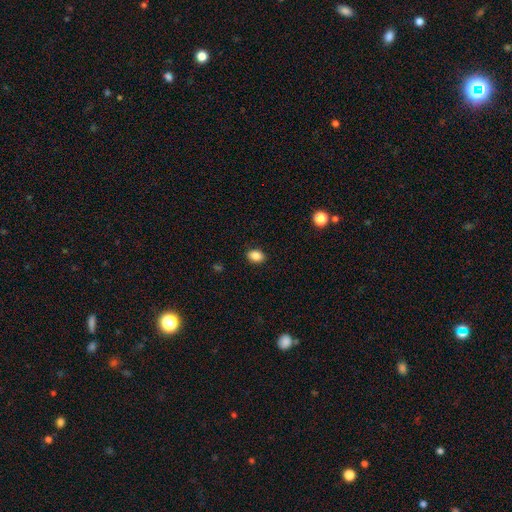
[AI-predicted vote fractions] A smooth galaxy with no disk features (86%) that is in between round and cigar-shaped (73%). Merging: none (89%).